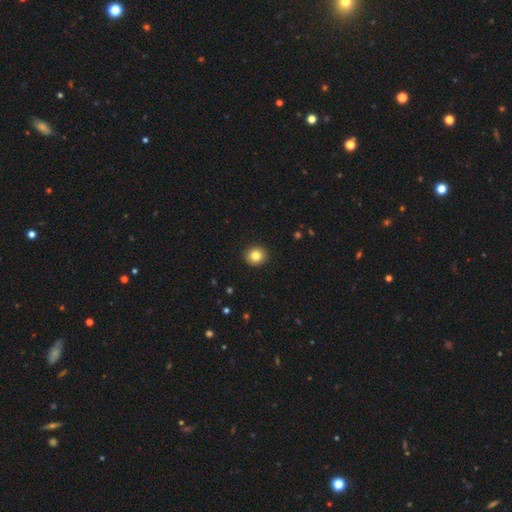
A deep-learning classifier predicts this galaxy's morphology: Smooth or featured? smooth (83%)
How rounded? round (85%)
Merging? none (92%)